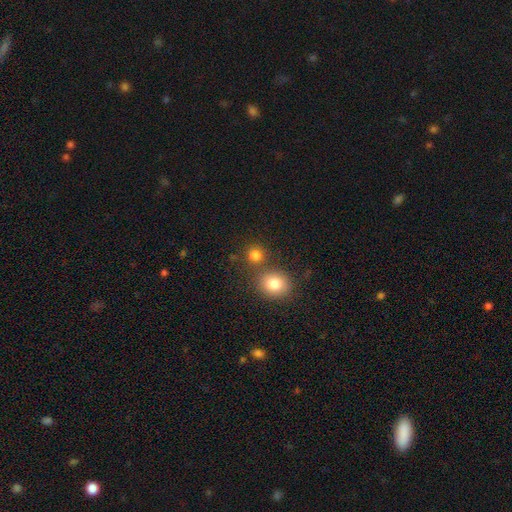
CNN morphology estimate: A smooth galaxy with no disk features (79%) that is round (87%).

Vote fractions:
- Smooth or featured? smooth: 79% / star or artifact: 15% / featured or disk: 7%
- How rounded? round: 87% / in between: 12% / cigar-shaped: 1%
- Merging? none: 69% / merger: 21% / minor disturbance: 8% / major disturbance: 3%